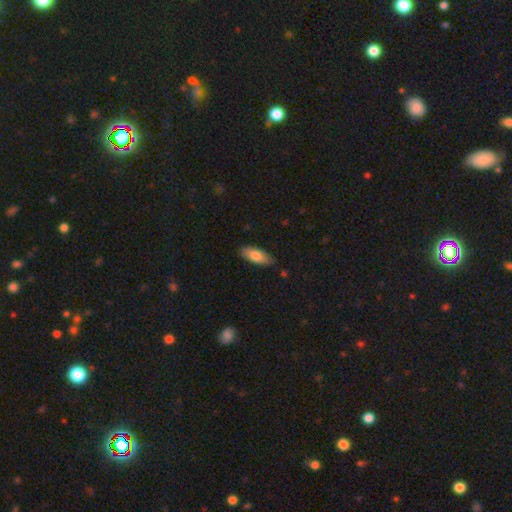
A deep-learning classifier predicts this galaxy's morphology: Smooth or featured? Predicted: smooth (p=0.80). How rounded? Predicted: in between (p=0.80). Merging? Predicted: none (p=0.80).